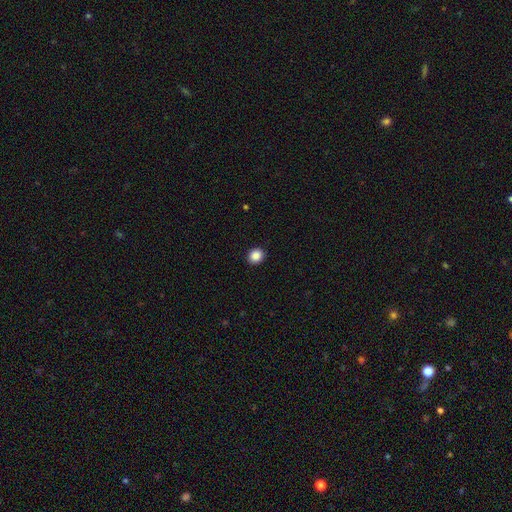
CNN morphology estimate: Overall: smooth (88%). How rounded: round (74%). Merging: none (92%).